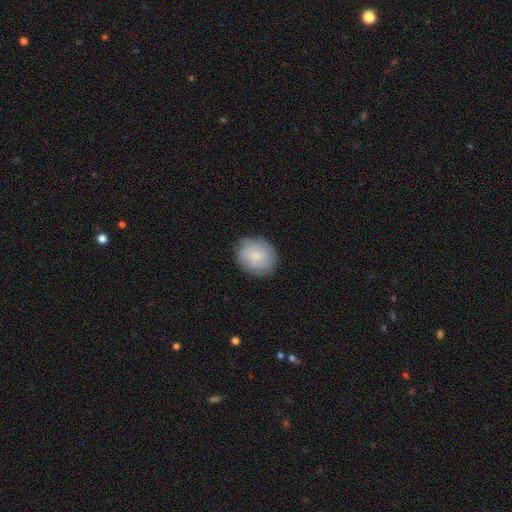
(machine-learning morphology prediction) Smooth or featured?
  - smooth: 79% *
  - featured or disk: 15%
  - star or artifact: 7%
How rounded?
  - round: 61% *
  - in between: 38%
  - cigar-shaped: 1%
Merging?
  - none: 80% *
  - minor disturbance: 16%
  - major disturbance: 3%
  - merger: 1%